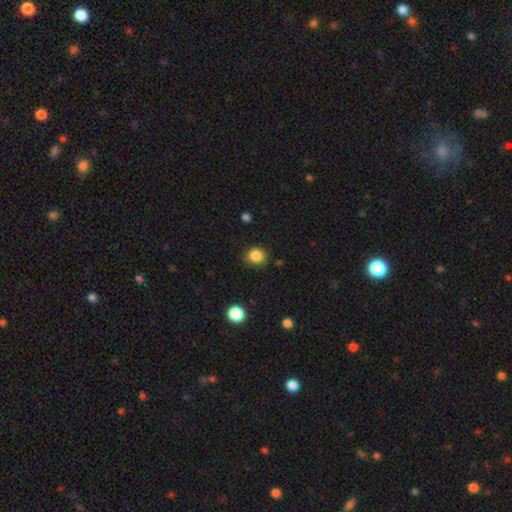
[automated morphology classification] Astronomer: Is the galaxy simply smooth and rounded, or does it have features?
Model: smooth — 86%.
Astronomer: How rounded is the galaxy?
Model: round — 82%.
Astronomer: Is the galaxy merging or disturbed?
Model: none — 84%.